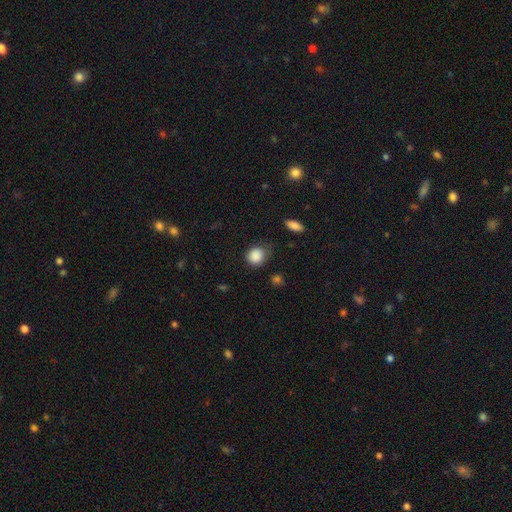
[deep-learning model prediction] Smooth or featured? smooth (87%)
How rounded? round (80%)
Merging? none (67%)